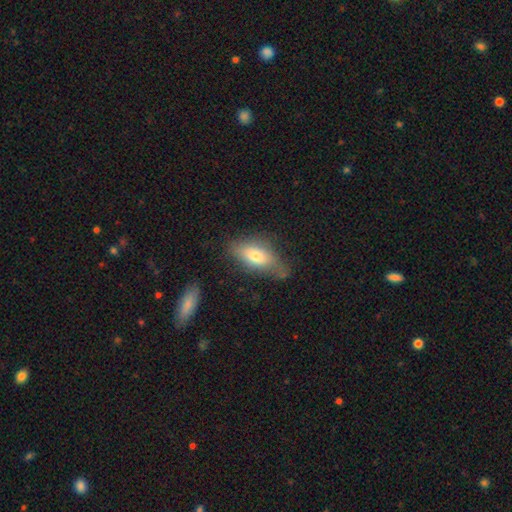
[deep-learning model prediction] Smooth or featured? Predicted: smooth (p=0.68). How rounded? Predicted: in between (p=0.79). Merging? Predicted: none (p=0.58).